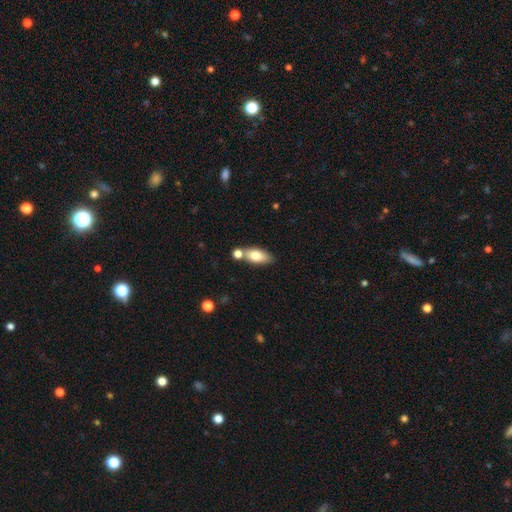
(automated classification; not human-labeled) Smooth or featured: smooth — 73% (featured or disk — 19%)
How rounded: in between — 83% (cigar-shaped — 12%)
Merging: none — 61% (merger — 21%)